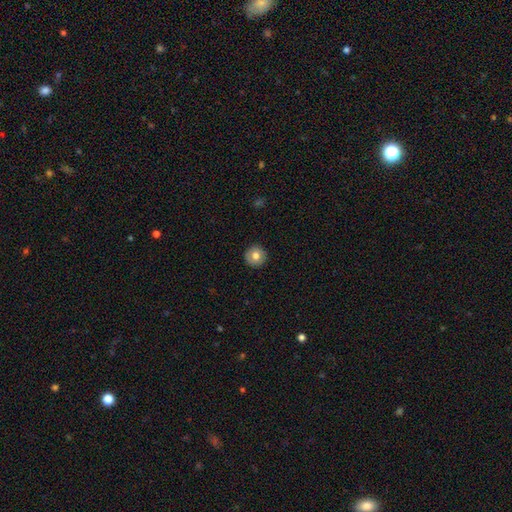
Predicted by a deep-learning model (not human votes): smooth-or-featured: smooth: 76% | featured or disk: 16% | star or artifact: 8%
  how-rounded: round: 95% | in between: 4% | cigar-shaped: 1%
  merging: none: 92% | minor disturbance: 6% | major disturbance: 2% | merger: 1%